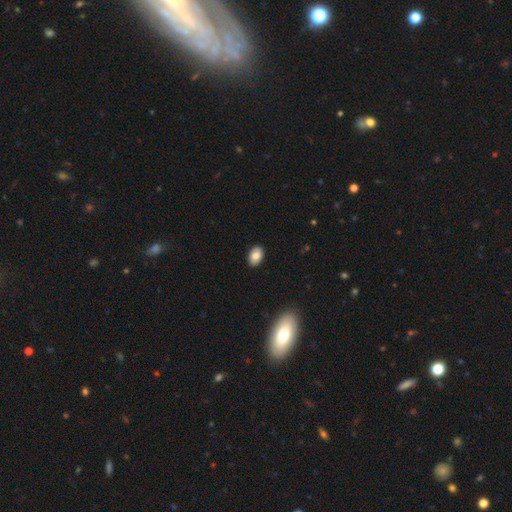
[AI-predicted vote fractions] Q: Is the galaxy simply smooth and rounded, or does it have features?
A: smooth — 84%.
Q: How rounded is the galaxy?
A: in between — 87%.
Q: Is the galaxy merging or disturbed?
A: none — 90%.